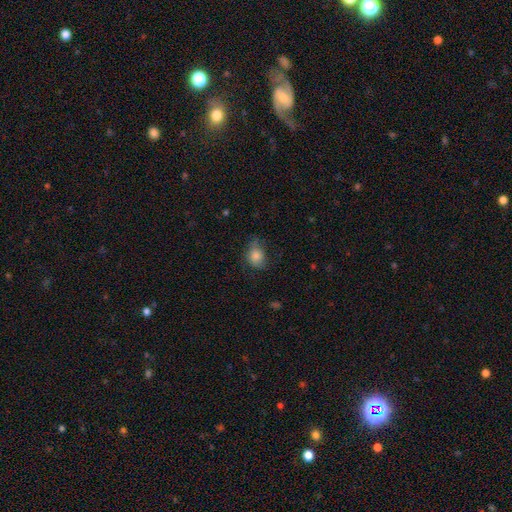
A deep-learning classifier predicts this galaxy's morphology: Smooth or featured: smooth — 80% (featured or disk — 10%)
How rounded: in between — 57% (round — 41%)
Merging: none — 57% (minor disturbance — 31%)